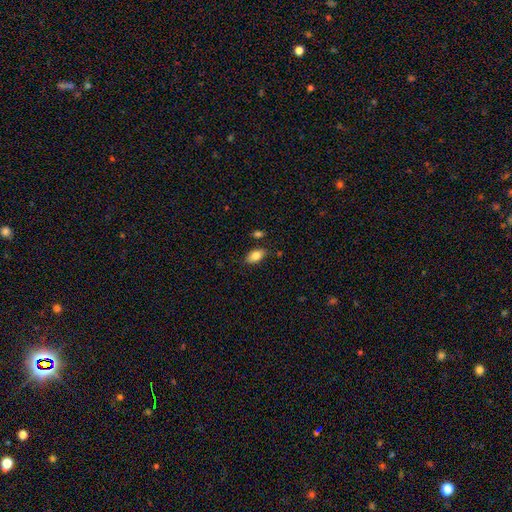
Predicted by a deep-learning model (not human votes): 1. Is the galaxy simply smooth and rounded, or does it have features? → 84% smooth, 8% featured or disk, 8% star or artifact.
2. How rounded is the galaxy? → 91% in between, 6% round, 3% cigar-shaped.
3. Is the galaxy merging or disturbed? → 82% none, 12% minor disturbance, 4% merger, 3% major disturbance.